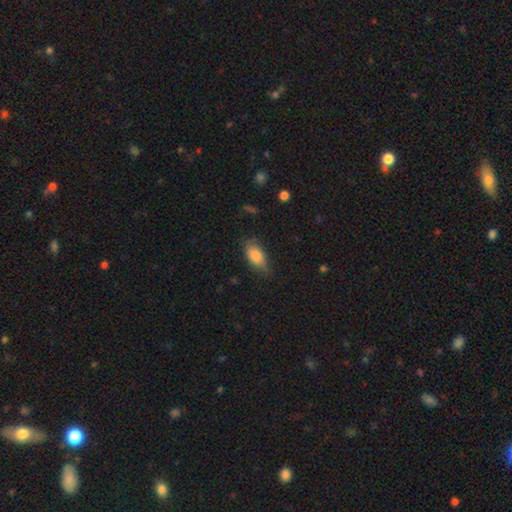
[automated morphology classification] This appears to be a smooth galaxy with no disk features (82%) that is in between round and cigar-shaped (88%). Merging: none (61%).